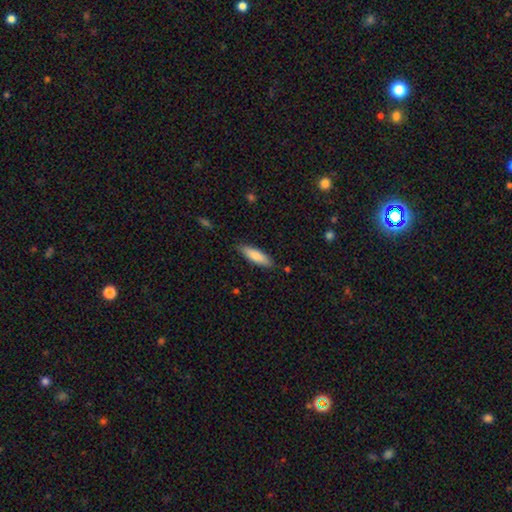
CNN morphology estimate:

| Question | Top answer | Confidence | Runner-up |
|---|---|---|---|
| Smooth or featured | smooth | 81% | featured or disk (14%) |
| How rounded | cigar-shaped | 57% | in between (42%) |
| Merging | none | 85% | minor disturbance (12%) |